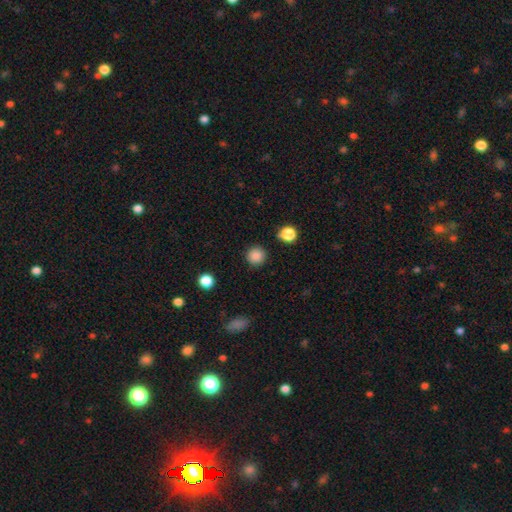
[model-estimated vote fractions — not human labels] Q: Smooth or featured?
A: smooth (86%); runner-up: star or artifact (11%)
Q: How rounded?
A: round (94%); runner-up: in between (5%)
Q: Merging?
A: none (90%); runner-up: minor disturbance (6%)